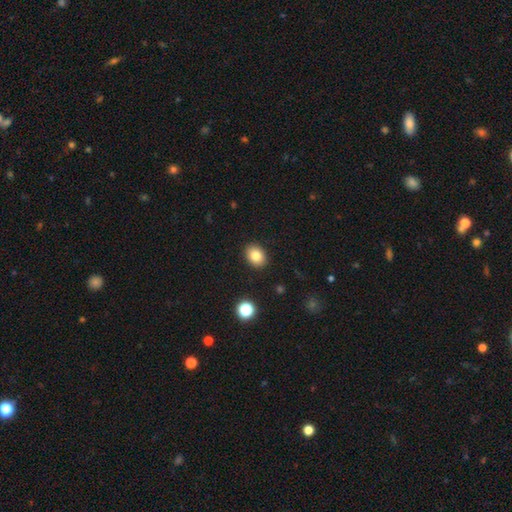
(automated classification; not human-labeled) Q: Smooth or featured?
A: smooth (82%); runner-up: star or artifact (10%)
Q: How rounded?
A: in between (63%); runner-up: round (36%)
Q: Merging?
A: none (90%); runner-up: minor disturbance (7%)